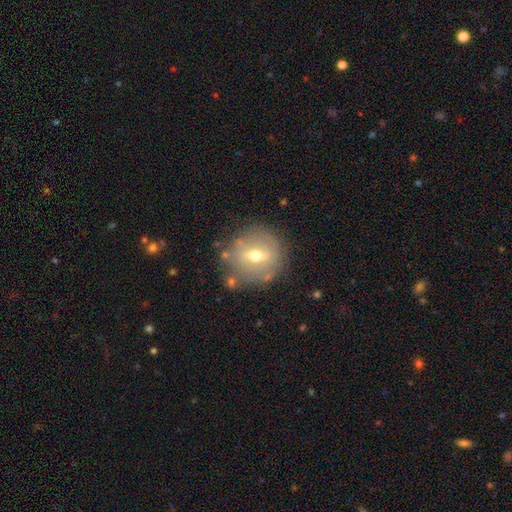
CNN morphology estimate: Smooth or featured?
  - featured or disk: 53% *
  - smooth: 37%
  - star or artifact: 9%
Edge-on disk?
  - no: 88% *
  - yes: 12%
Merging?
  - none: 75% *
  - minor disturbance: 16%
  - major disturbance: 6%
  - merger: 4%